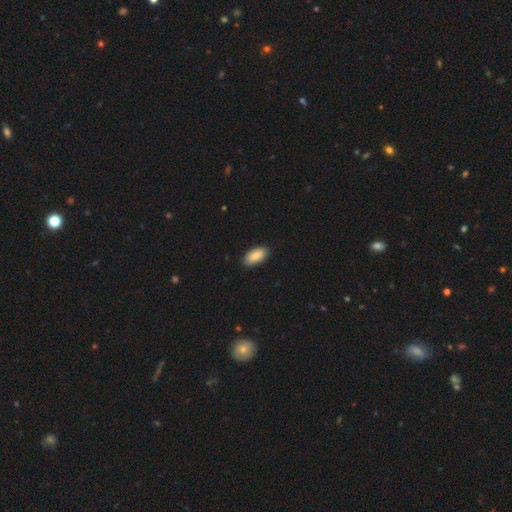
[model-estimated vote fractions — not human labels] smooth-or-featured: smooth: 89% | star or artifact: 6% | featured or disk: 5%
  how-rounded: in between: 92% | cigar-shaped: 6% | round: 2%
  merging: none: 89% | minor disturbance: 9% | major disturbance: 2% | merger: 1%